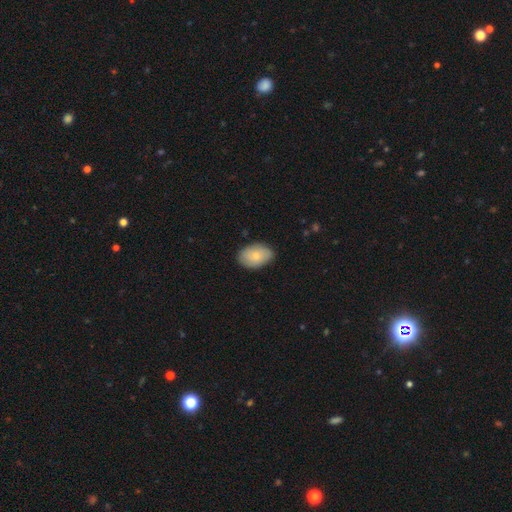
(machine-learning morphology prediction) Smooth or featured?
  - smooth: 76% *
  - featured or disk: 17%
  - star or artifact: 6%
How rounded?
  - in between: 88% *
  - round: 11%
  - cigar-shaped: 1%
Merging?
  - none: 82% *
  - minor disturbance: 15%
  - major disturbance: 3%
  - merger: 1%